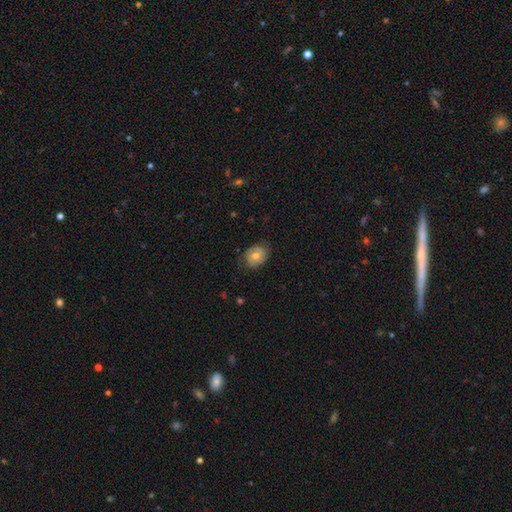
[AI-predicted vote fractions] Smooth or featured? Predicted: smooth (p=0.53). How rounded? Predicted: round (p=0.51). Merging? Predicted: none (p=0.72).